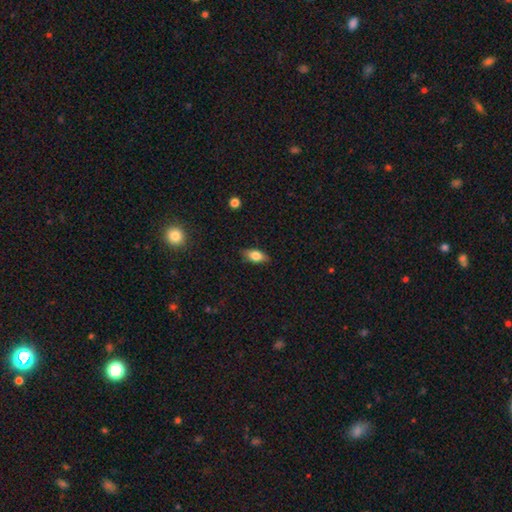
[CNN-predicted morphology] This appears to be a smooth galaxy with no disk features (71%) that is in between round and cigar-shaped (83%). Merging: none (83%).